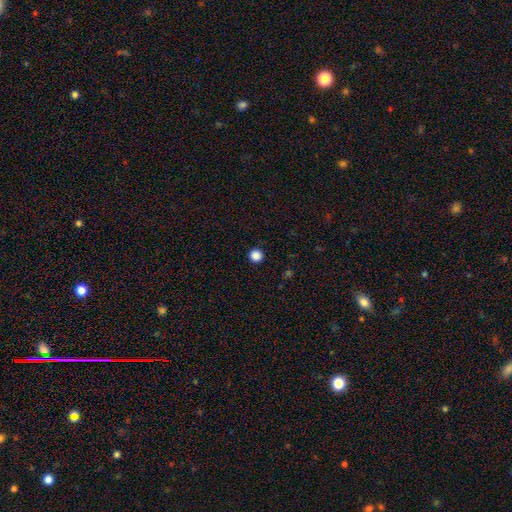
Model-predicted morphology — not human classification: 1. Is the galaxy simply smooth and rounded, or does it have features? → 86% smooth, 11% star or artifact, 3% featured or disk.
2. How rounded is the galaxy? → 96% round, 3% in between, 1% cigar-shaped.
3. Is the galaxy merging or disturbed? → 94% none, 4% minor disturbance, 1% major disturbance, 1% merger.